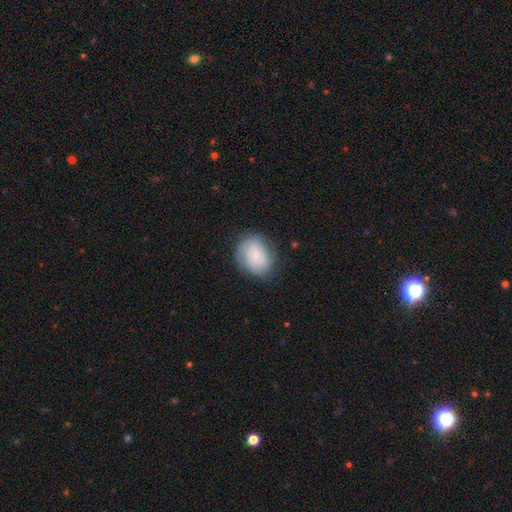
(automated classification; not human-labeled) smooth-or-featured: featured or disk: 55% | smooth: 38% | star or artifact: 7%
  disk-edge-on: no: 98% | yes: 2%
    bar: no: 67% | weak: 29% | strong: 4%
    has-spiral-arms: yes: 87% | no: 13%
    bulge-size: small: 72% | moderate: 21% | none: 4% | large: 2% | dominant: 1%
  merging: none: 74% | minor disturbance: 18% | major disturbance: 7% | merger: 1%